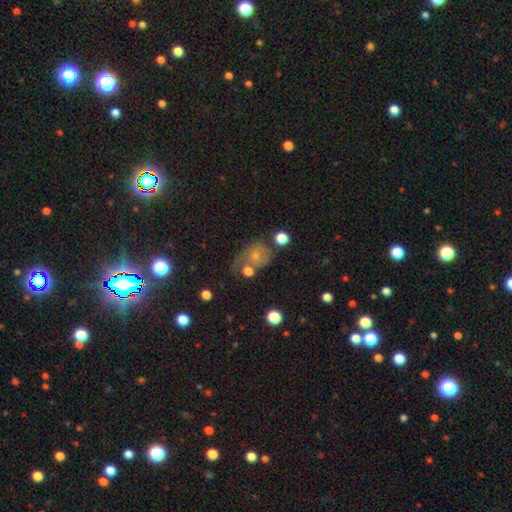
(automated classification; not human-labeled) featured or disk 38%, smooth 34%, star or artifact 28%. Down the decision tree: merging — none (47%).